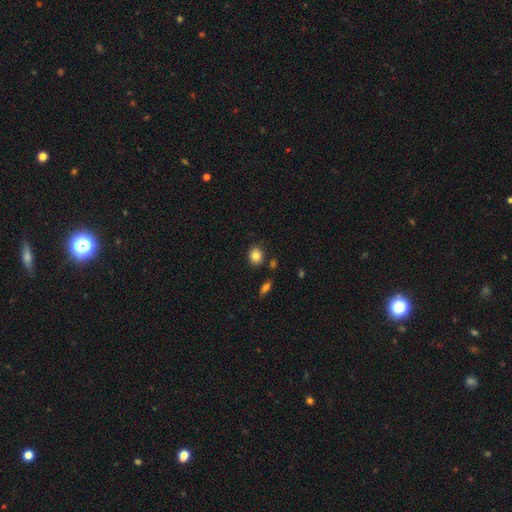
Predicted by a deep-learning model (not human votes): A smooth galaxy with no disk features (83%) that is round (59%).

Vote fractions:
- Smooth or featured? smooth: 83% / star or artifact: 9% / featured or disk: 7%
- How rounded? round: 59% / in between: 39% / cigar-shaped: 1%
- Merging? none: 82% / minor disturbance: 11% / merger: 5% / major disturbance: 2%